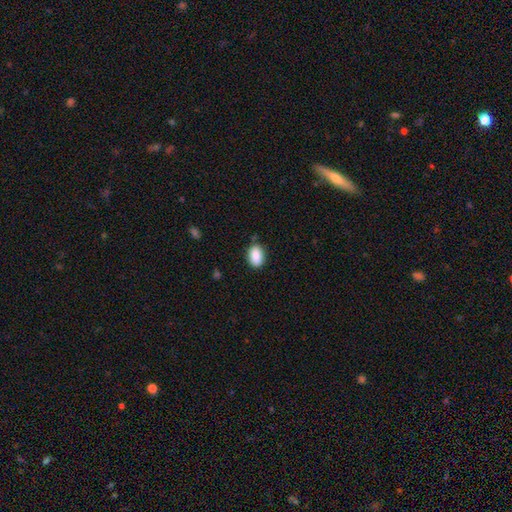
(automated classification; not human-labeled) A smooth galaxy with no disk features (89%) that is in between round and cigar-shaped (87%). Merging: none (83%).